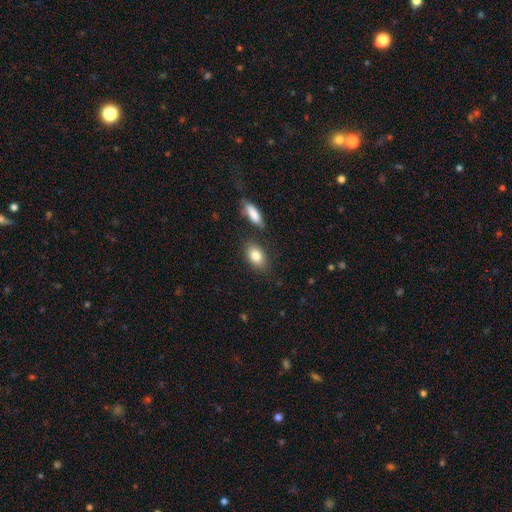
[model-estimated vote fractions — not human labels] Smooth or featured? Predicted: smooth (p=0.83). How rounded? Predicted: in between (p=0.84). Merging? Predicted: none (p=0.77).